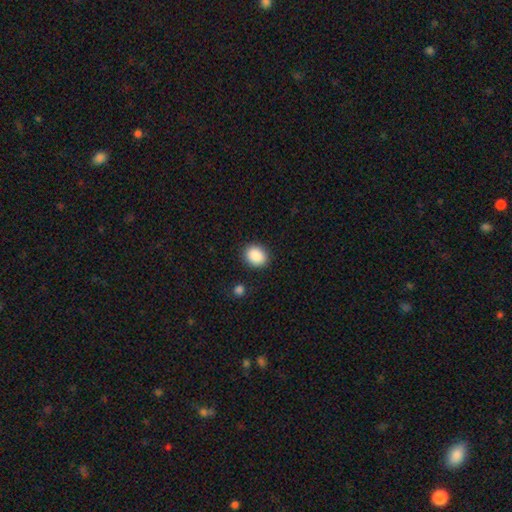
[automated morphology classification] This appears to be a smooth galaxy with no disk features (89%) that is round (57%). Merging: none (88%).